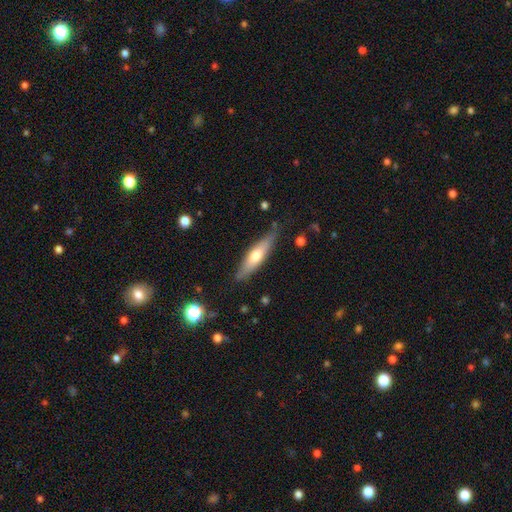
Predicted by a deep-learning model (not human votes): Smooth or featured? Predicted: smooth (p=0.53). How rounded? Predicted: cigar-shaped (p=0.74). Merging? Predicted: none (p=0.79).